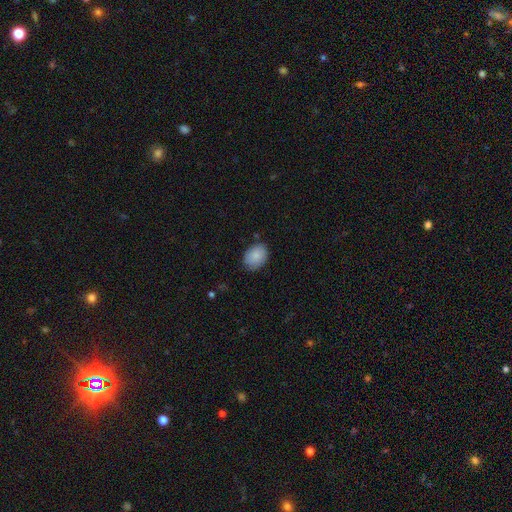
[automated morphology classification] Overall: smooth (85%). How rounded: in between (70%). Merging: none (77%).